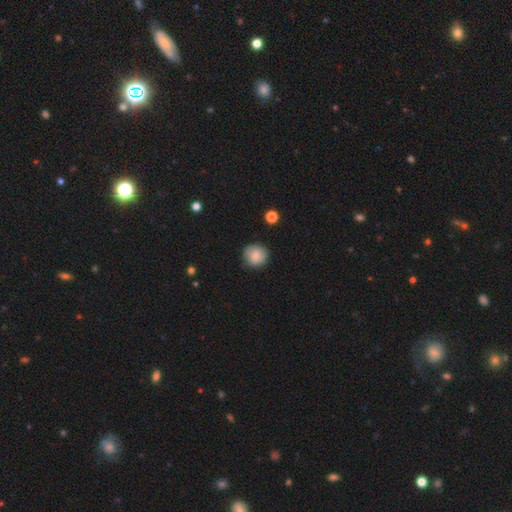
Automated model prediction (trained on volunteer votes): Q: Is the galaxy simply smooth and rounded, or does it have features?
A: smooth — 78%.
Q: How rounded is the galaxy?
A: round — 91%.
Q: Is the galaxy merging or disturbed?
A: none — 83%.